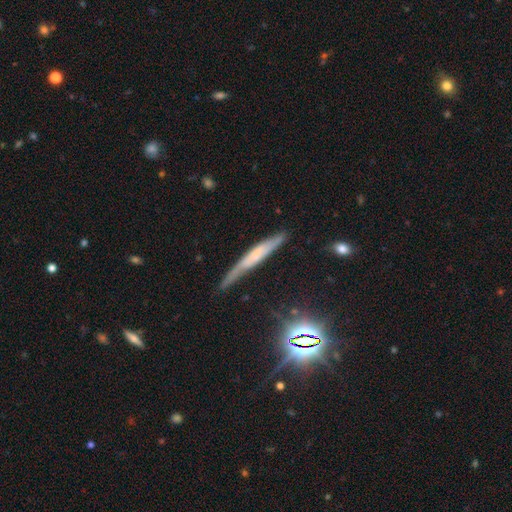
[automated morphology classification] Smooth or featured: featured or disk — 49% (smooth — 38%)
Merging: none — 65% (minor disturbance — 25%)